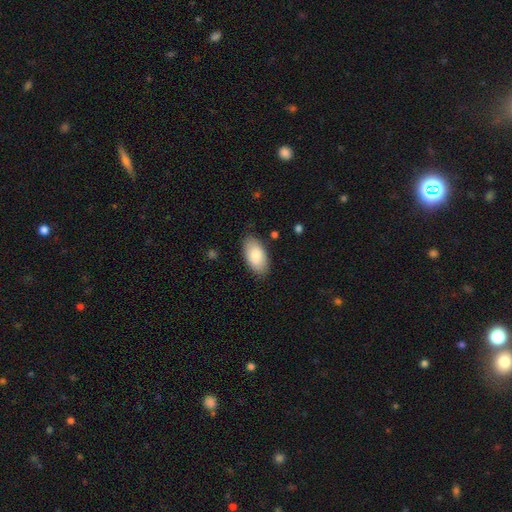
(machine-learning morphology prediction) This is clearly a smooth galaxy (84%). How rounded: clearly in between (95%). Merging: clearly none (85%).